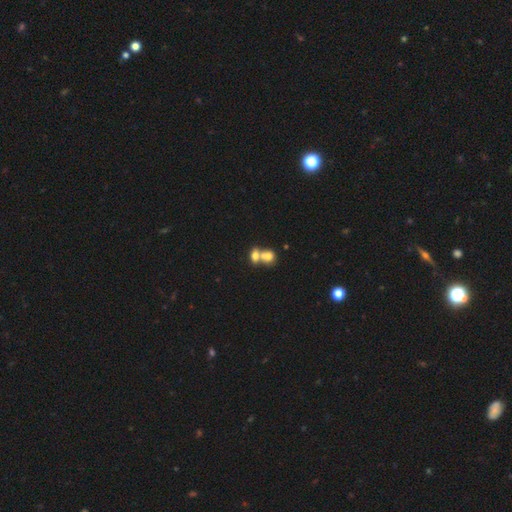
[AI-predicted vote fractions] Smooth or featured? smooth (72%)
How rounded? in between (60%)
Merging? merger (65%)